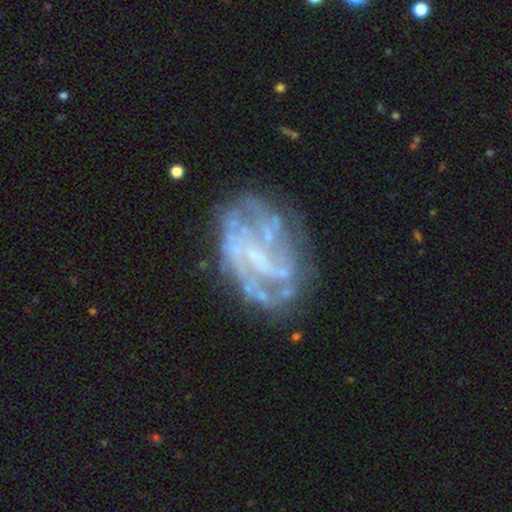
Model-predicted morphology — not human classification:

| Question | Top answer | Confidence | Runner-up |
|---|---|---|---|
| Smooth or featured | featured or disk | 79% | smooth (12%) |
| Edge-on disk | no | 98% | yes (2%) |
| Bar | no | 46% | weak (37%) |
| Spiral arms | yes | 61% | no (39%) |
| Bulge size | none | 55% | small (30%) |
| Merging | none | 57% | minor disturbance (20%) |